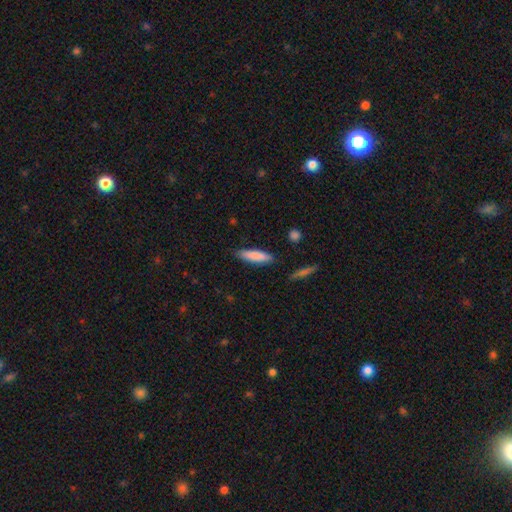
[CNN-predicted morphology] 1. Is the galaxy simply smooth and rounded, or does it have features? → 84% smooth, 10% featured or disk, 6% star or artifact.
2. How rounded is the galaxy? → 72% cigar-shaped, 26% in between, 1% round.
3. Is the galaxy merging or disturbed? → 86% none, 10% minor disturbance, 2% major disturbance, 2% merger.